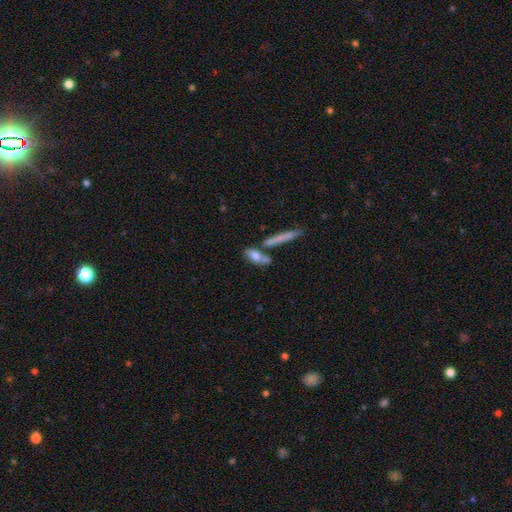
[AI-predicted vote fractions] A smooth galaxy with no disk features (66%) that is in between round and cigar-shaped (58%). Merging: none (47%).